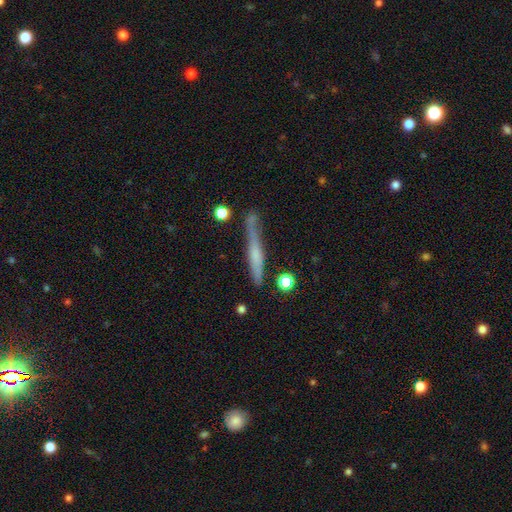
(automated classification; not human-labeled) A featured or disk galaxy (53%) viewed edge-on (94%) with a rounded central bulge (48%). Merging: none (73%).